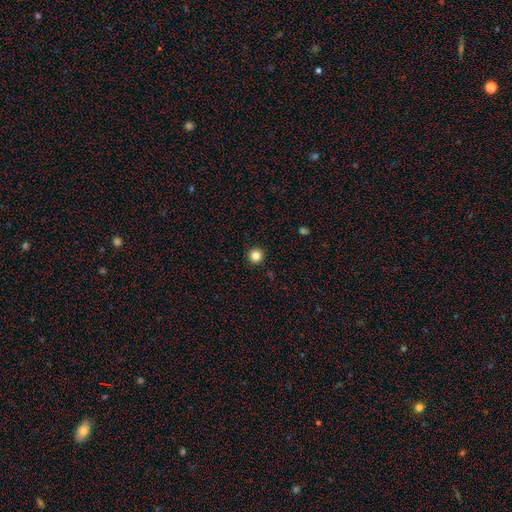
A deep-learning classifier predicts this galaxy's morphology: Q: Smooth or featured?
A: smooth (83%); runner-up: star or artifact (12%)
Q: How rounded?
A: round (96%); runner-up: in between (3%)
Q: Merging?
A: none (94%); runner-up: minor disturbance (4%)